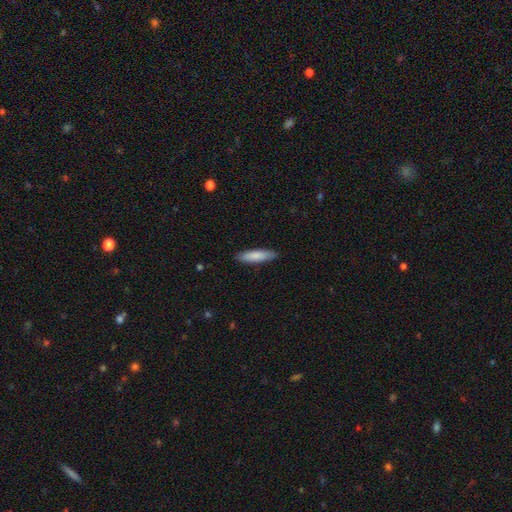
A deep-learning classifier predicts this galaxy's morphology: Smooth or featured: smooth — 83% (featured or disk — 12%)
How rounded: cigar-shaped — 74% (in between — 24%)
Merging: none — 89% (minor disturbance — 9%)